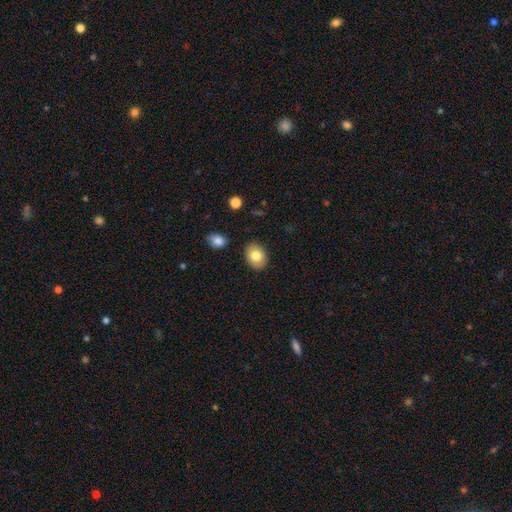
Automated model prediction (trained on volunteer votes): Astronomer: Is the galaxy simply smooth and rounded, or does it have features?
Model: smooth — 79%.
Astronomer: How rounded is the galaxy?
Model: in between — 60% (runner-up: round, 39%).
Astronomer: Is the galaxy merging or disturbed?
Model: none — 88%.